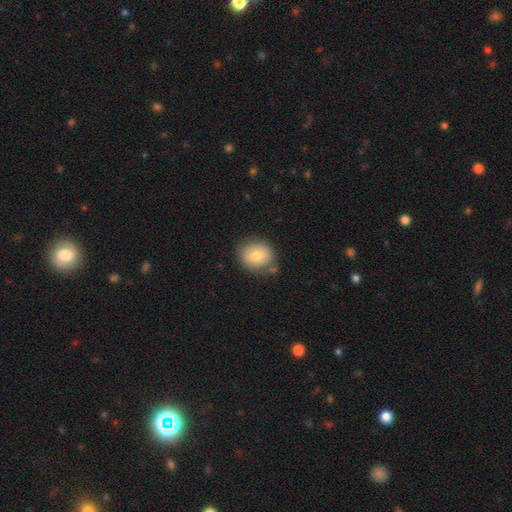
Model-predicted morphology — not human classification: This appears to be a smooth galaxy with no disk features (76%) that is round (77%). Merging: none (76%).